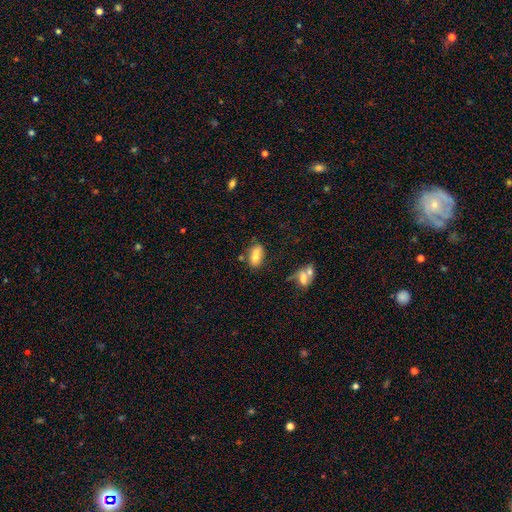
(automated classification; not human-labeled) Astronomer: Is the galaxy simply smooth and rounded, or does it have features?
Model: smooth — 73%.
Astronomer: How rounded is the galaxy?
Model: in between — 86%.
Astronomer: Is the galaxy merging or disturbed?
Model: none — 57%.